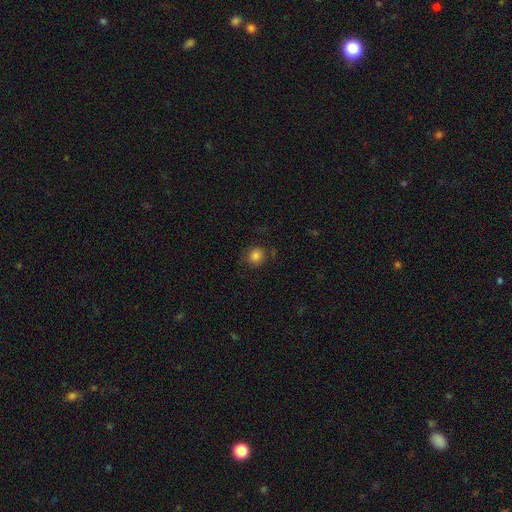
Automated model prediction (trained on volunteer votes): Morphology: type=smooth (83%); roundness=round (86%); merging=none (82%).